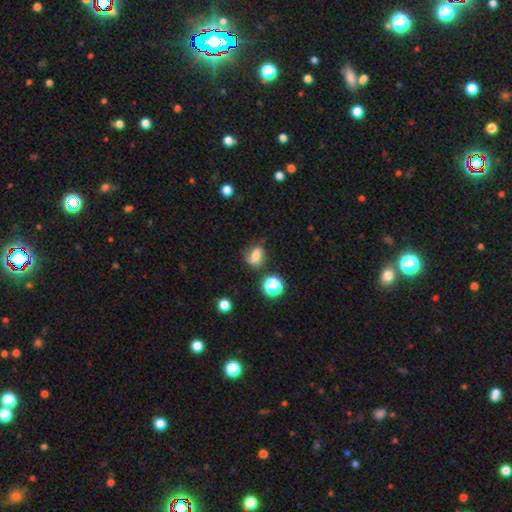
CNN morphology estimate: A smooth galaxy with no disk features (57%) that is in between round and cigar-shaped (55%).

Vote fractions:
- Smooth or featured? smooth: 57% / featured or disk: 28% / star or artifact: 15%
- How rounded? in between: 55% / round: 43% / cigar-shaped: 2%
- Merging? none: 57% / minor disturbance: 26% / major disturbance: 12% / merger: 5%